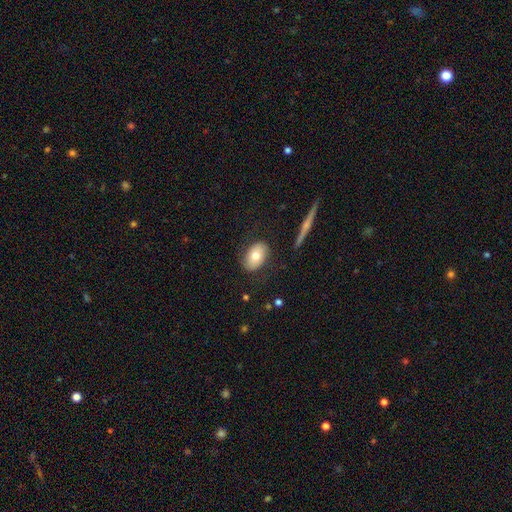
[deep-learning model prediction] Smooth or featured? smooth (69%)
How rounded? in between (85%)
Merging? none (79%)